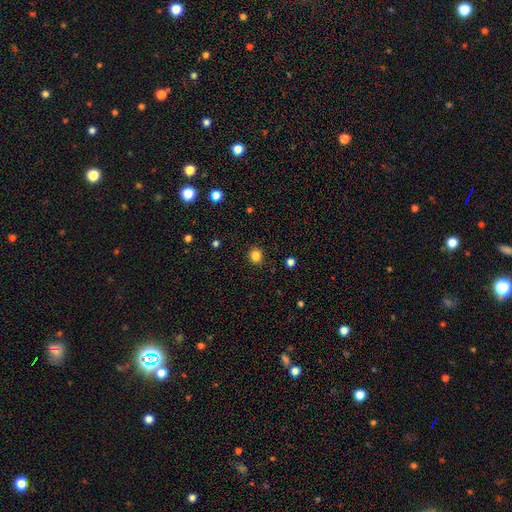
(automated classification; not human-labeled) Smooth or featured? smooth (84%)
How rounded? round (80%)
Merging? none (90%)